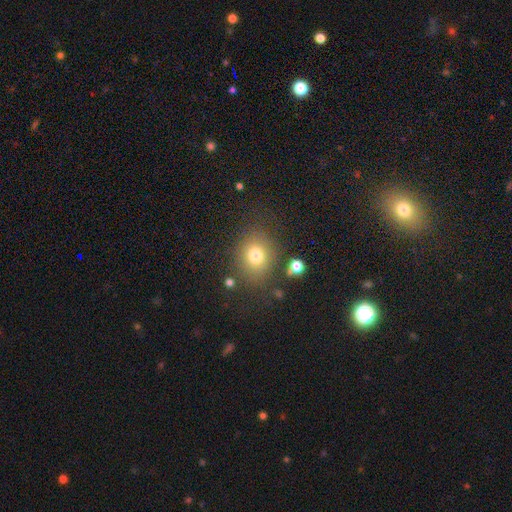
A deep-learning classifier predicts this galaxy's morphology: smooth 75%, star or artifact 14%, featured or disk 10%. Down the decision tree: how rounded — round (69%); merging — none (78%).